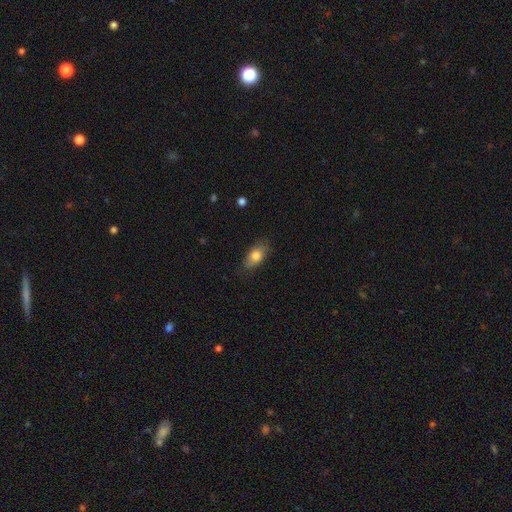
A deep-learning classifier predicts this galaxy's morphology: Smooth or featured? smooth (76%)
How rounded? in between (85%)
Merging? none (75%)